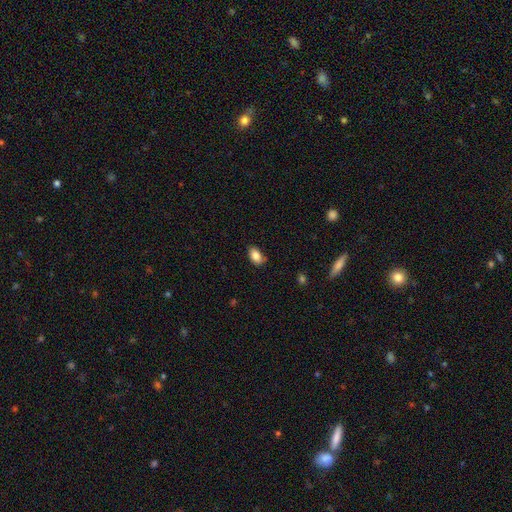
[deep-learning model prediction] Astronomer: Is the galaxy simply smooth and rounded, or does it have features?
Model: smooth — 86%.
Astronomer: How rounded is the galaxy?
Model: in between — 87%.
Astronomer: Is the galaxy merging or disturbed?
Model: none — 74%.